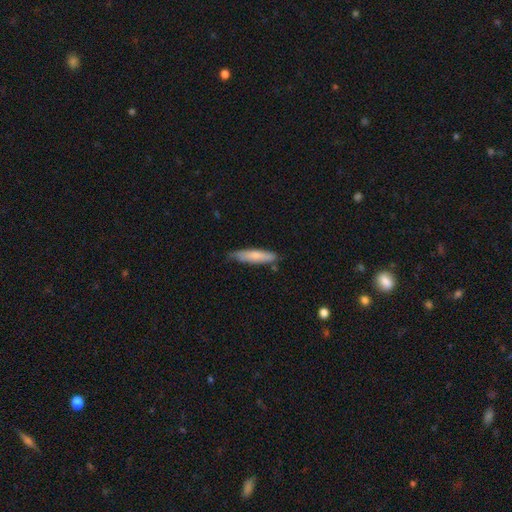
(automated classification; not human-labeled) Q: Smooth or featured?
A: smooth (73%); runner-up: featured or disk (21%)
Q: How rounded?
A: cigar-shaped (77%); runner-up: in between (21%)
Q: Merging?
A: none (69%); runner-up: minor disturbance (25%)